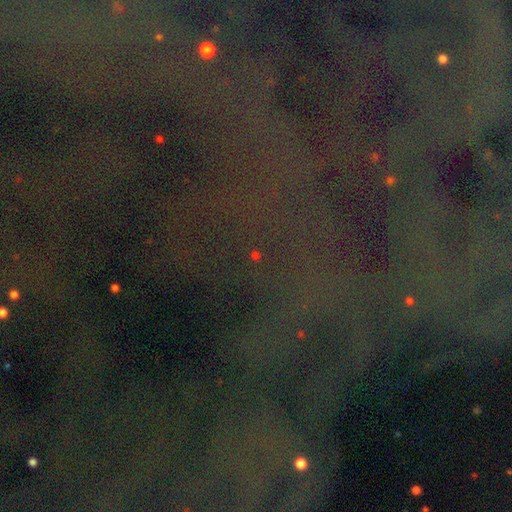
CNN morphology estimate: The model was most divided on "smooth or featured": star or artifact: 81%, smooth: 10%, featured or disk: 8%.